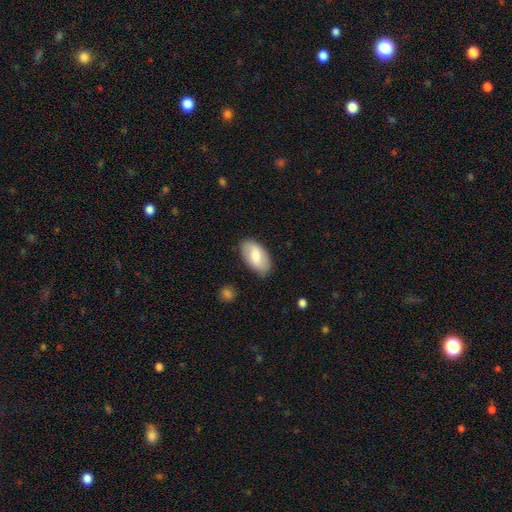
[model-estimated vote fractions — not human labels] A smooth galaxy with no disk features (70%) that is in between round and cigar-shaped (95%).

Vote fractions:
- Smooth or featured? smooth: 70% / featured or disk: 25% / star or artifact: 6%
- How rounded? in between: 95% / round: 3% / cigar-shaped: 2%
- Merging? none: 81% / minor disturbance: 14% / major disturbance: 3% / merger: 2%